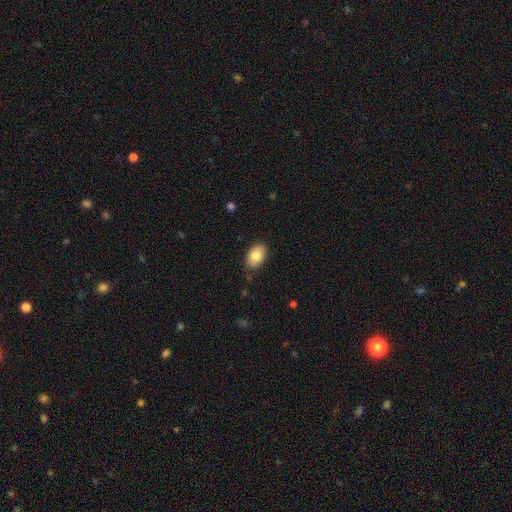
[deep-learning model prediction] This appears to be a smooth galaxy with no disk features (82%) that is in between round and cigar-shaped (89%). Merging: none (85%).